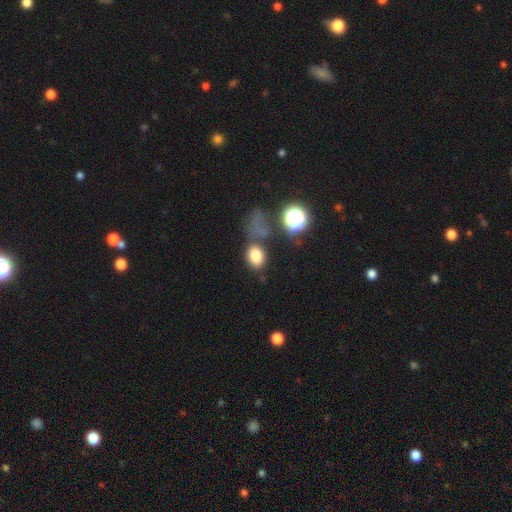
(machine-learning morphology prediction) Smooth or featured? smooth (78%)
How rounded? in between (69%)
Merging? none (63%)